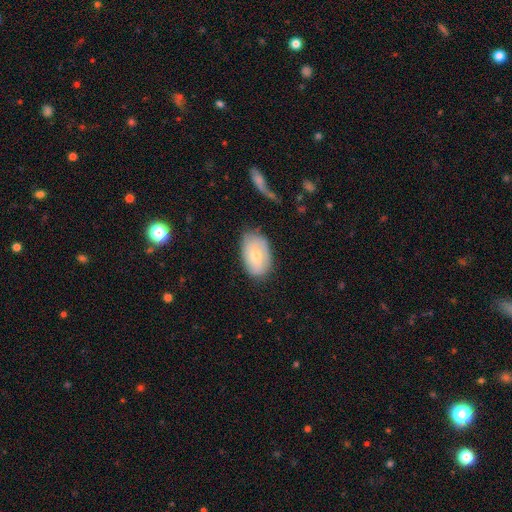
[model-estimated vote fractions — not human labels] A smooth galaxy with no disk features (64%) that is in between round and cigar-shaped (90%).

Vote fractions:
- Smooth or featured? smooth: 64% / featured or disk: 30% / star or artifact: 6%
- How rounded? in between: 90% / round: 9% / cigar-shaped: 1%
- Merging? none: 68% / minor disturbance: 24% / major disturbance: 6% / merger: 2%